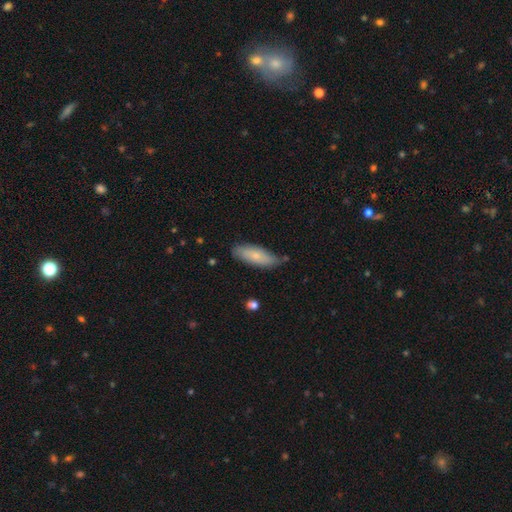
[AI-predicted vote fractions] Q: Smooth or featured?
A: smooth (71%); runner-up: featured or disk (23%)
Q: How rounded?
A: in between (61%); runner-up: cigar-shaped (37%)
Q: Merging?
A: none (73%); runner-up: minor disturbance (21%)